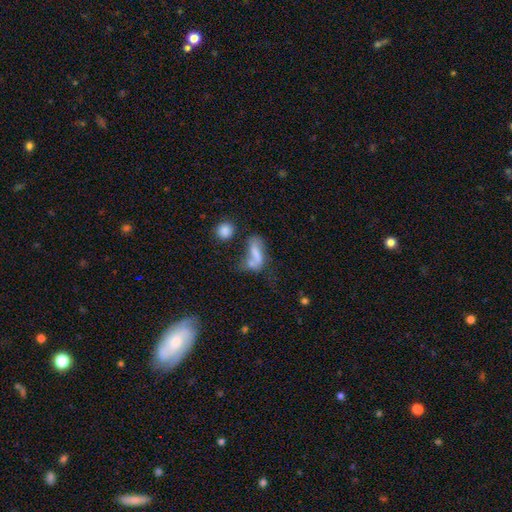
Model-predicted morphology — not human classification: A smooth galaxy with no disk features (57%) that is in between round and cigar-shaped (69%). Merging: merger (31%).